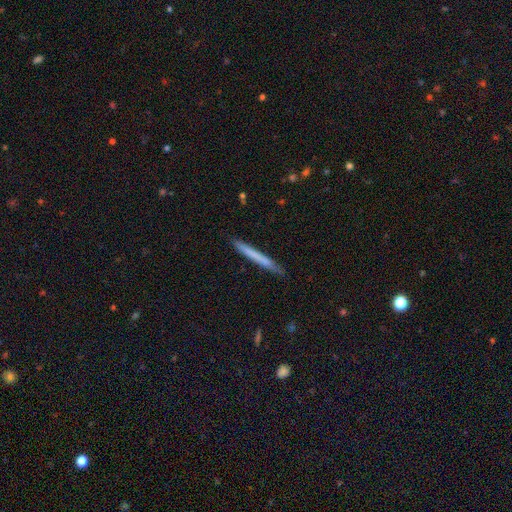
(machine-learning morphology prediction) Smooth or featured?
  - smooth: 64% *
  - featured or disk: 30%
  - star or artifact: 6%
How rounded?
  - cigar-shaped: 97% *
  - in between: 2%
  - round: 1%
Merging?
  - none: 89% *
  - minor disturbance: 9%
  - major disturbance: 1%
  - merger: 1%